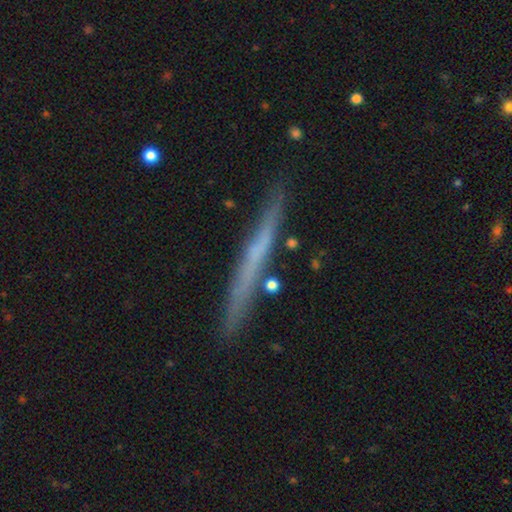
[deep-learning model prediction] smooth-or-featured: featured or disk: 51% | smooth: 42% | star or artifact: 7%
  disk-edge-on: yes: 96% | no: 4%
  merging: none: 87% | minor disturbance: 9% | merger: 2% | major disturbance: 2%